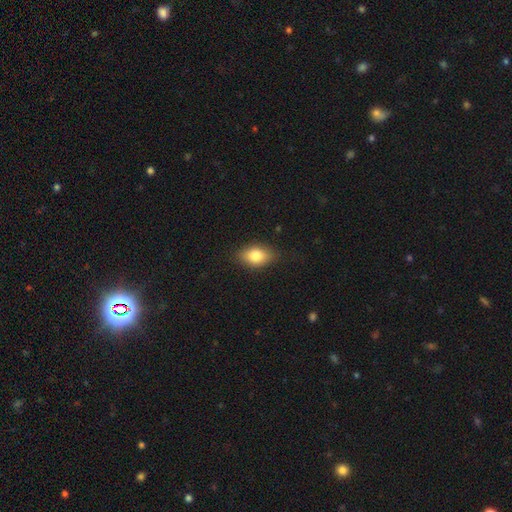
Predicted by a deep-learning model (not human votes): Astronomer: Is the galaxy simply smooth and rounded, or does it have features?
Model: smooth — 82%.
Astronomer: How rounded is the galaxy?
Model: in between — 85%.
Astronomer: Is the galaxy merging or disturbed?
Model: none — 82%.